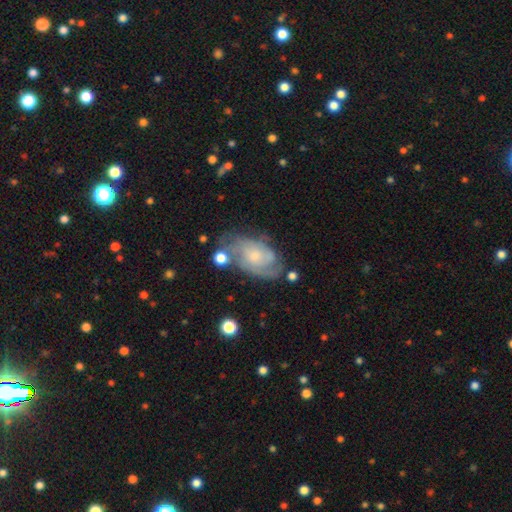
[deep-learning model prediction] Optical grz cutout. It shows a featured or disk galaxy (76%) with no bar (71%), 2 (36%, tied with can't tell) tight (51%) spiral arms (90%) and a small central bulge (53%). Merging: none (58%).